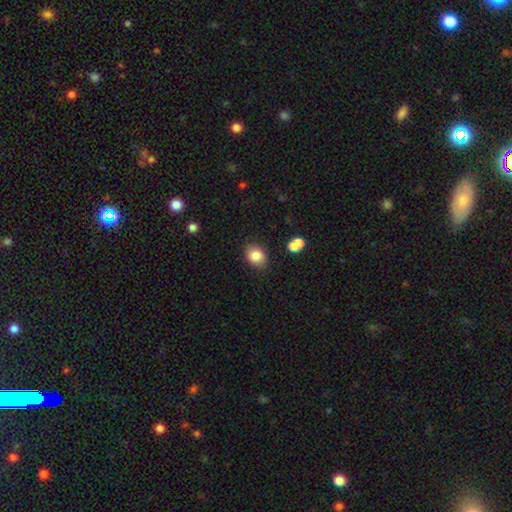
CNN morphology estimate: Smooth or featured? Predicted: smooth (p=0.84). How rounded? Predicted: in between (p=0.53). Merging? Predicted: none (p=0.82).